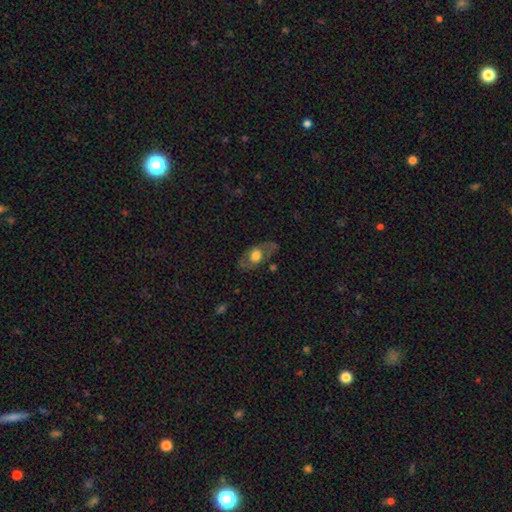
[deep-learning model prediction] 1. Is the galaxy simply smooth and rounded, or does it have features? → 47% featured or disk, 46% smooth, 7% star or artifact.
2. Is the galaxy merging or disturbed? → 68% none, 19% minor disturbance, 10% major disturbance, 3% merger.